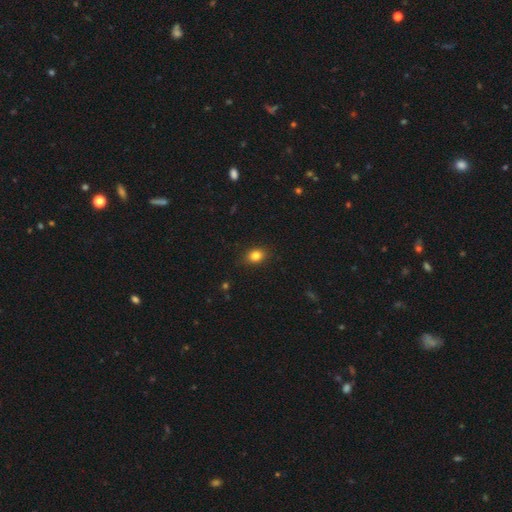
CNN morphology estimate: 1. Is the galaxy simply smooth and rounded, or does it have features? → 83% smooth, 11% star or artifact, 6% featured or disk.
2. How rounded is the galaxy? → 58% in between, 41% round, 1% cigar-shaped.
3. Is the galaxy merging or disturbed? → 87% none, 10% minor disturbance, 2% major disturbance, 1% merger.